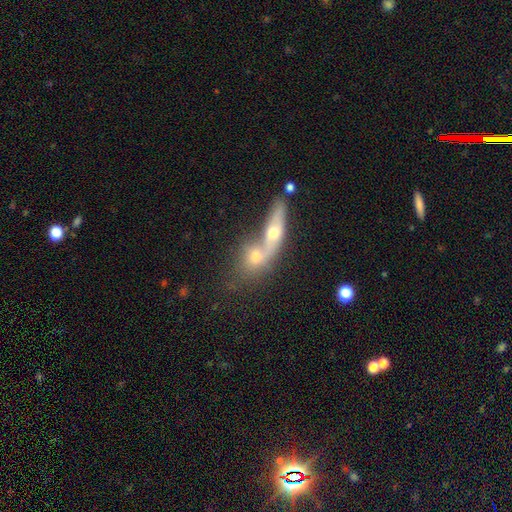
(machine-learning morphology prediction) Smooth or featured?
  - smooth: 61% *
  - featured or disk: 29%
  - star or artifact: 10%
How rounded?
  - in between: 49% *
  - round: 37%
  - cigar-shaped: 14%
Merging?
  - merger: 67% *
  - none: 22%
  - minor disturbance: 6%
  - major disturbance: 5%